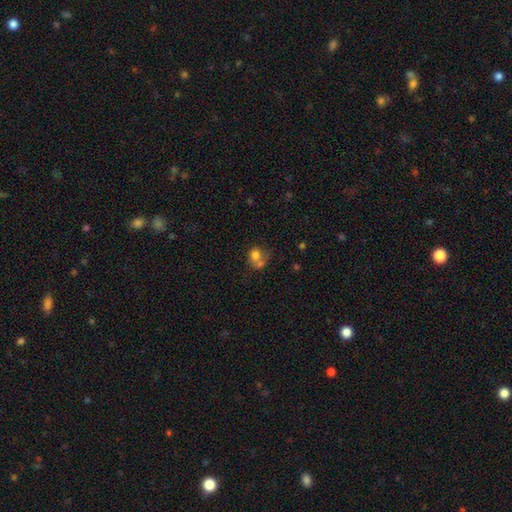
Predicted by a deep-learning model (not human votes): smooth_or_featured: smooth (p=0.72) [alt: featured or disk p=0.17]
how_rounded: round (p=0.66) [alt: in between p=0.33]
merging: merger (p=0.53) [alt: none p=0.28]